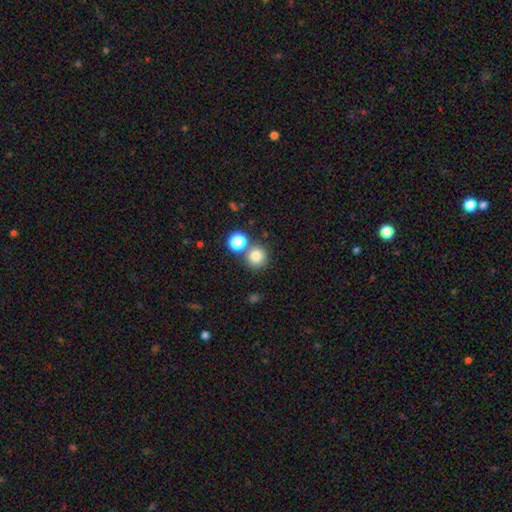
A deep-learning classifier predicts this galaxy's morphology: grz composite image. It shows a smooth galaxy with no disk features (80%) that is round (93%). Merging: none (72%).